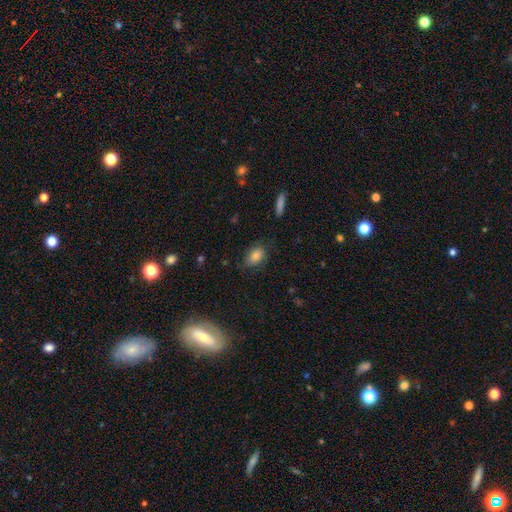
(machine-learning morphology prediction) smooth 82%, star or artifact 10%, featured or disk 9%. Down the decision tree: how rounded — in between (81%); merging — none (73%).